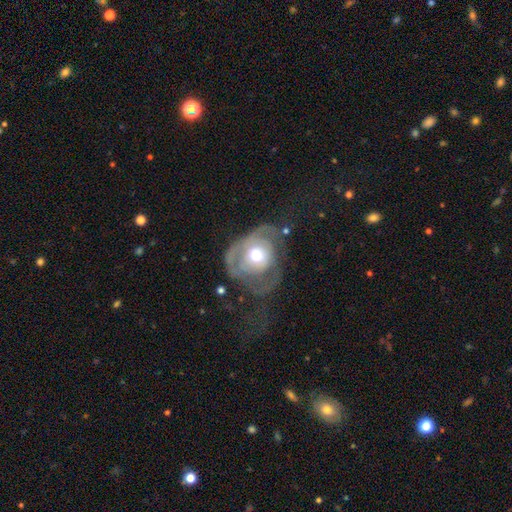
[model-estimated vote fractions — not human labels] Smooth or featured? featured or disk (64%)
Edge-on disk? no (96%)
Bar? no (79%)
Spiral arms? yes (62%)
Bulge size? moderate (64%)
Merging? major disturbance (47%)